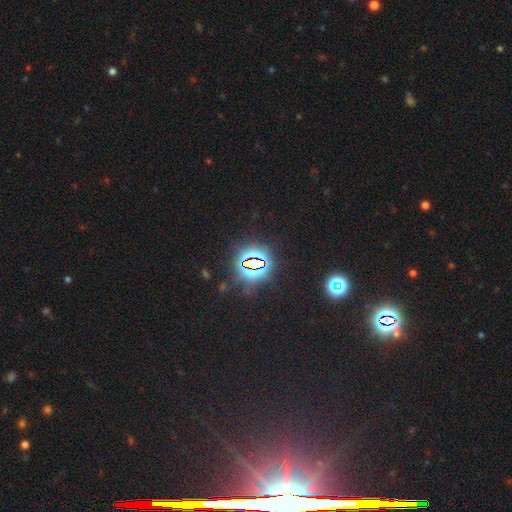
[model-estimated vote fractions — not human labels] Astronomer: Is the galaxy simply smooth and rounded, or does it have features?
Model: star or artifact — 81%.